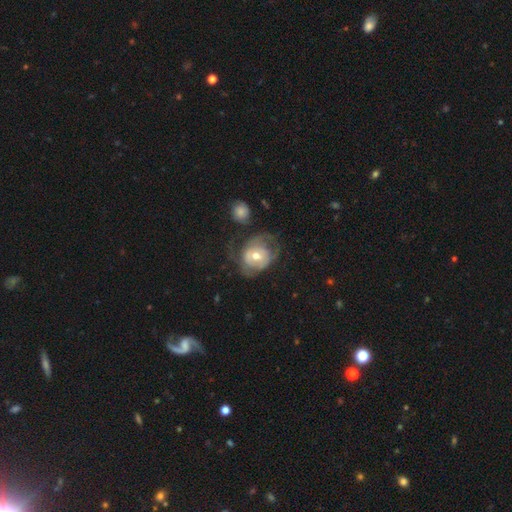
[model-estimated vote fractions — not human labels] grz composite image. It shows a featured or disk galaxy (59%) with no bar (66%), spiral arms (62%) and a moderate central bulge (65%). Merging: none (38%).